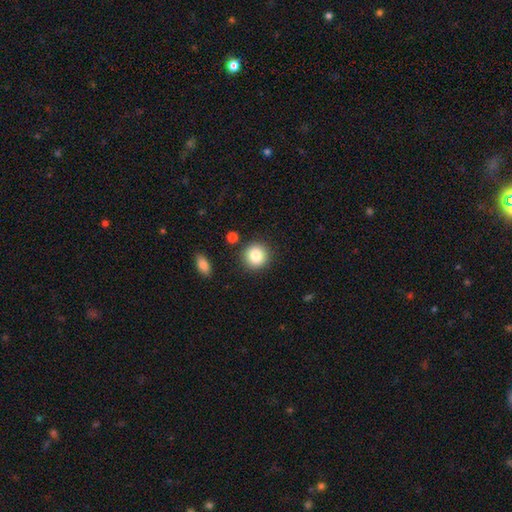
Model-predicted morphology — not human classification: A smooth galaxy with no disk features (84%) that is round (92%).

Vote fractions:
- Smooth or featured? smooth: 84% / star or artifact: 9% / featured or disk: 7%
- How rounded? round: 92% / in between: 7% / cigar-shaped: 1%
- Merging? none: 87% / minor disturbance: 7% / merger: 3% / major disturbance: 2%